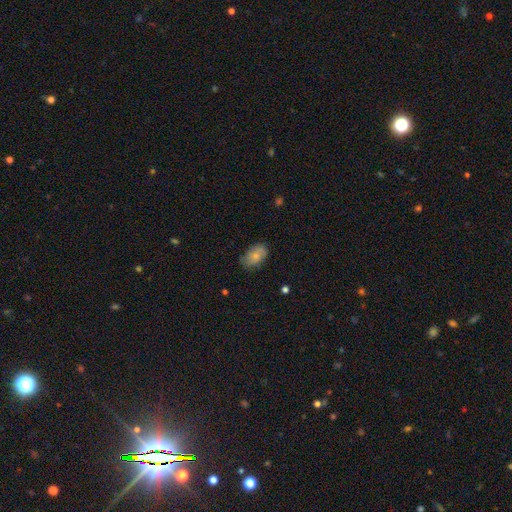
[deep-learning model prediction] Overall: smooth (75%). How rounded: in between (90%). Merging: none (73%).